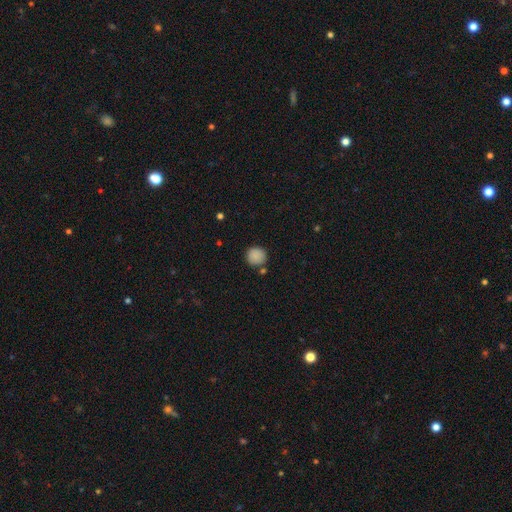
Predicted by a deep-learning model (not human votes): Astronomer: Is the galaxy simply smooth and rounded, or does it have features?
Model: smooth — 87%.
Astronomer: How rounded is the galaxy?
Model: round — 91%.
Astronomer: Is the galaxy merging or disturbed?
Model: none — 79%.